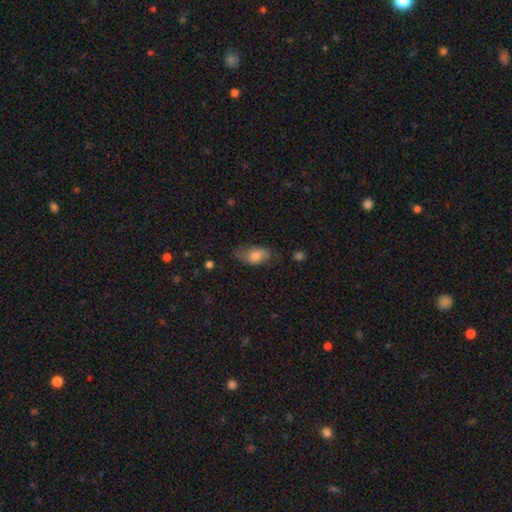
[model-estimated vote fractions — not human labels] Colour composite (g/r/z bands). It shows a smooth galaxy with no disk features (73%) that is in between round and cigar-shaped (90%). Merging: none (57%).